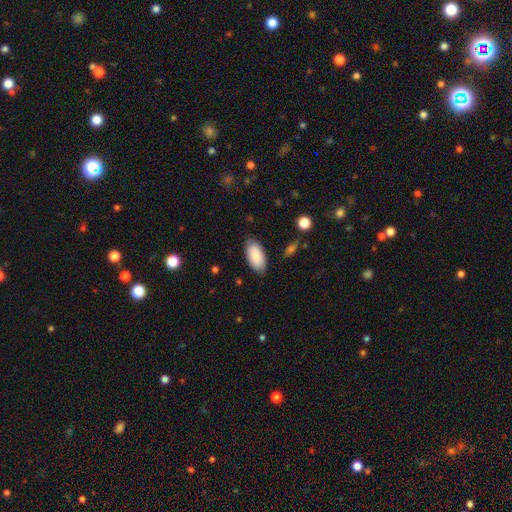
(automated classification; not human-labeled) Smooth or featured?
  - smooth: 88% *
  - featured or disk: 6%
  - star or artifact: 6%
How rounded?
  - in between: 94% *
  - cigar-shaped: 4%
  - round: 2%
Merging?
  - none: 83% *
  - minor disturbance: 13%
  - major disturbance: 3%
  - merger: 1%